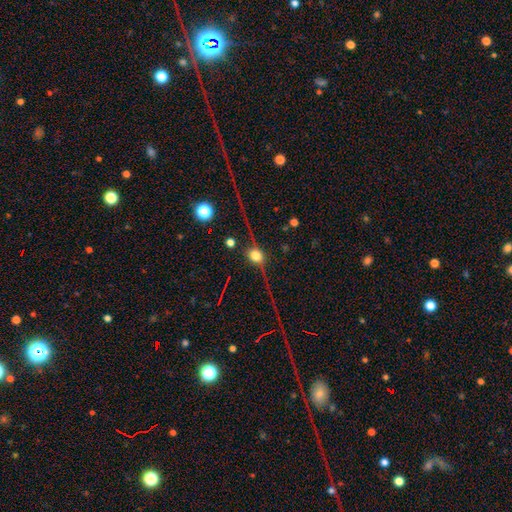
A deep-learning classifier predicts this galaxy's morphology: Smooth or featured: featured or disk — 51% (smooth — 32%)
Edge-on disk: yes — 86% (no — 14%)
Merging: none — 79% (minor disturbance — 12%)